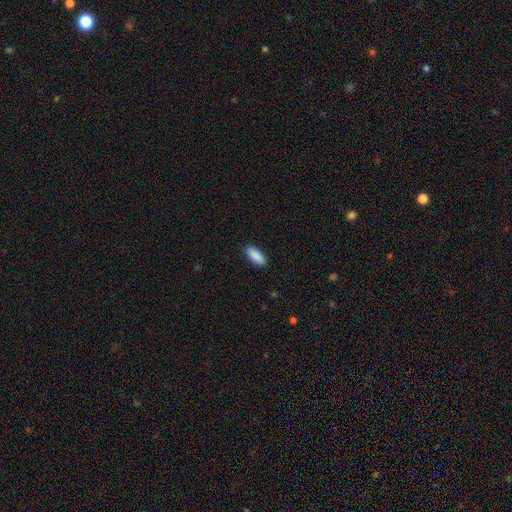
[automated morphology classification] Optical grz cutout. It shows a smooth galaxy with no disk features (90%) that is in between round and cigar-shaped (72%). Merging: none (89%).